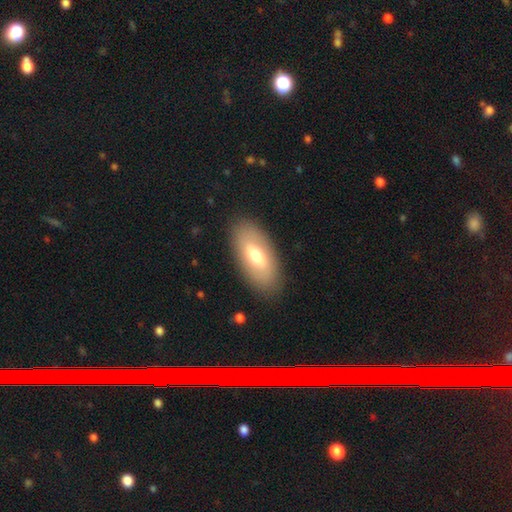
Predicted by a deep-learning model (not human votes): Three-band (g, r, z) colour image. It shows a smooth galaxy with no disk features (63%) that is in between round and cigar-shaped (90%). Merging: none (86%).